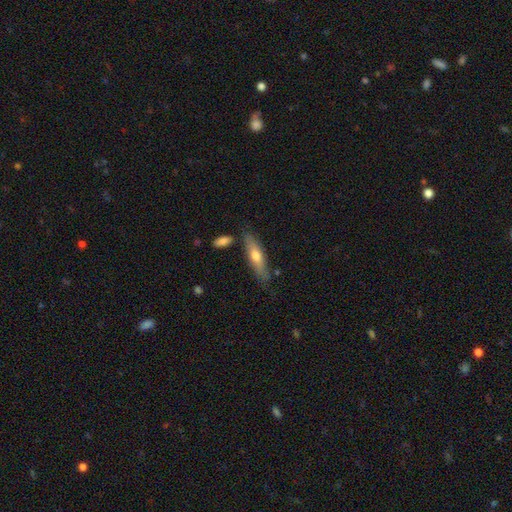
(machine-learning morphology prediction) This is possibly a smooth galaxy (57%). How rounded: likely cigar-shaped (70%). Merging: likely none (75%).